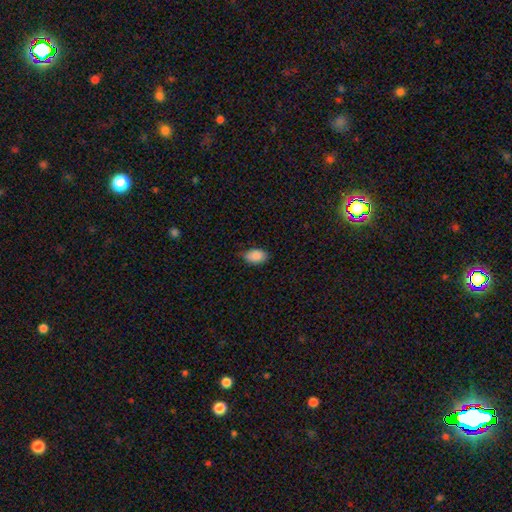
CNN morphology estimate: Smooth or featured: smooth — 90% (star or artifact — 7%)
How rounded: in between — 92% (round — 7%)
Merging: none — 80% (minor disturbance — 17%)